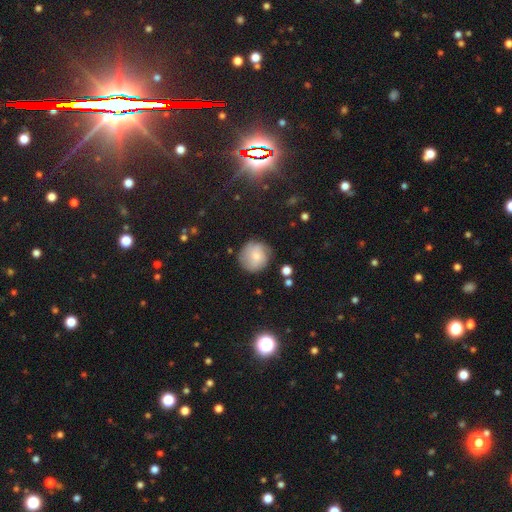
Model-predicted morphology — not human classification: A smooth galaxy with no disk features (62%) that is round (92%).

Vote fractions:
- Smooth or featured? smooth: 62% / featured or disk: 28% / star or artifact: 10%
- How rounded? round: 92% / in between: 7% / cigar-shaped: 1%
- Merging? none: 75% / minor disturbance: 18% / major disturbance: 5% / merger: 2%